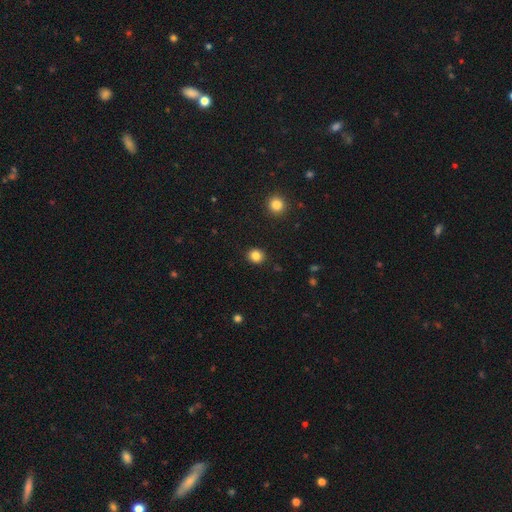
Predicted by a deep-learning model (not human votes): A smooth galaxy with no disk features (84%) that is round (81%). Merging: none (91%).